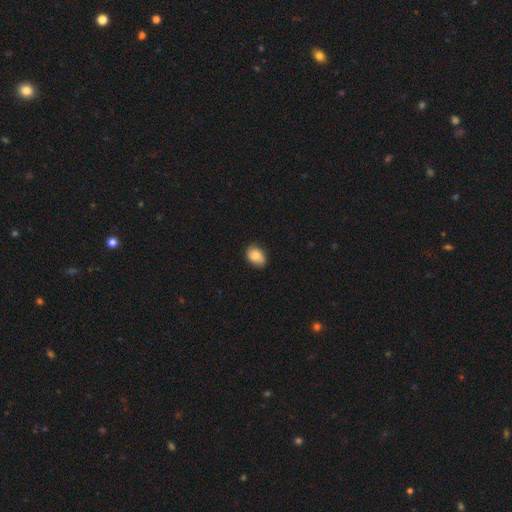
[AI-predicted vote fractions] This appears to be a smooth galaxy with no disk features (81%) that is in between round and cigar-shaped (81%). Merging: none (76%).